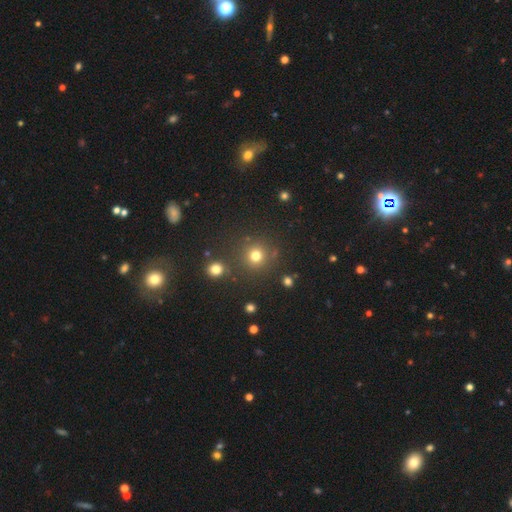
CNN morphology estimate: A smooth galaxy with no disk features (75%) that is round (94%). Merging: none (83%).